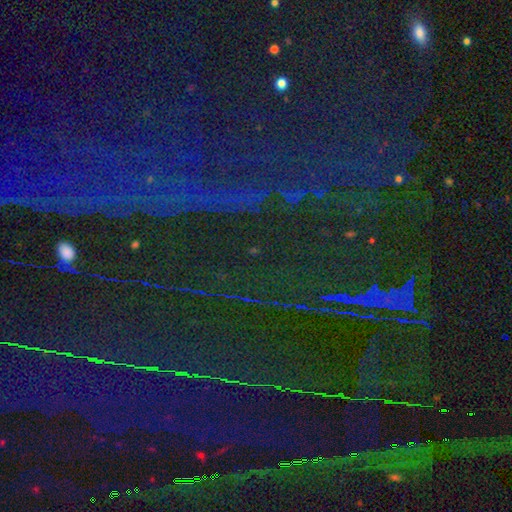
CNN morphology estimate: A star or artifact, not a galaxy (85%).